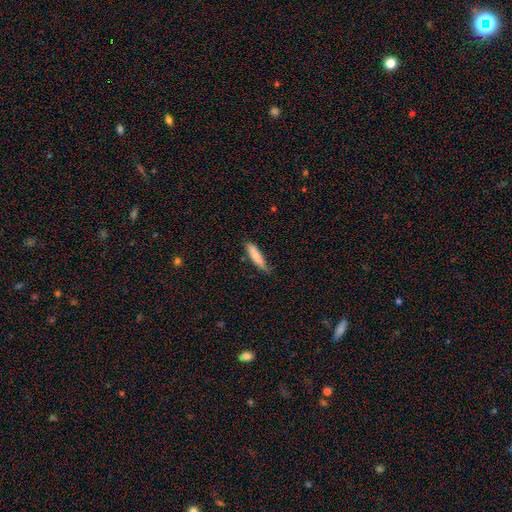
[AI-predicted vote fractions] smooth 76%, featured or disk 18%, star or artifact 6%. Down the decision tree: how rounded — cigar-shaped (76%); merging — none (69%).